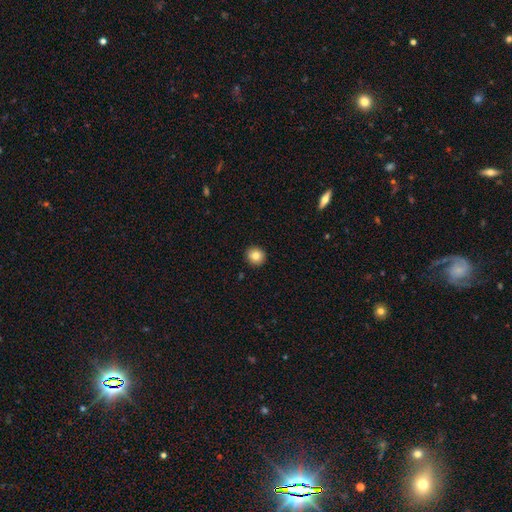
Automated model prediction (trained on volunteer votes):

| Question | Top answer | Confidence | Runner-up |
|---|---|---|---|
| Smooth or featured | smooth | 82% | star or artifact (9%) |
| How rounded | round | 90% | in between (9%) |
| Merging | none | 93% | minor disturbance (5%) |